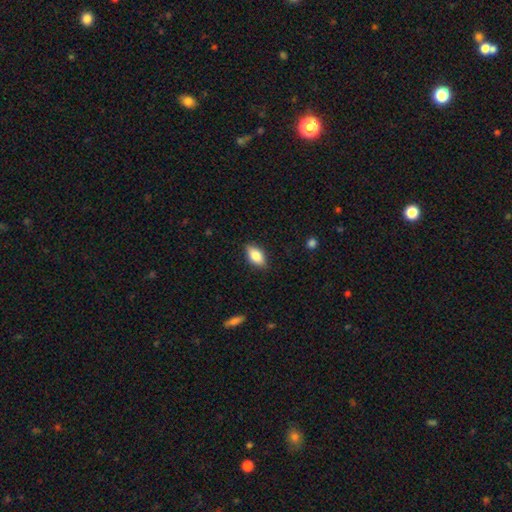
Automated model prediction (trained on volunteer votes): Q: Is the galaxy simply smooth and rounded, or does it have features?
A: smooth — 75%.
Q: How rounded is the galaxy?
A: in between — 87%.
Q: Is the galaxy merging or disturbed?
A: none — 84%.